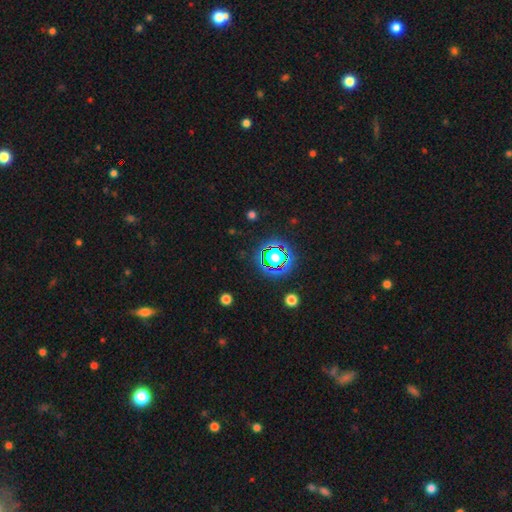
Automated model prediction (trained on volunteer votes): smooth_or_featured: star or artifact (p=0.78) [alt: smooth p=0.13]